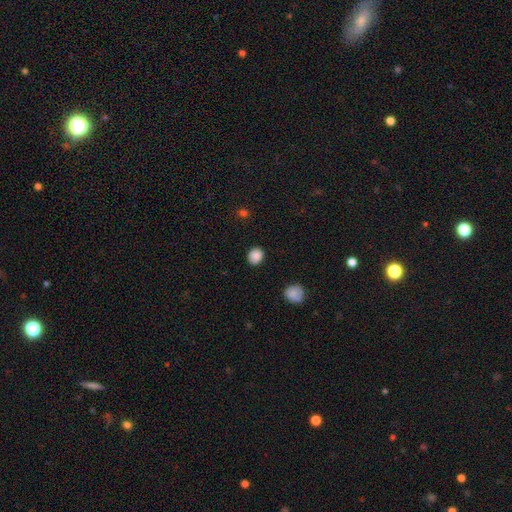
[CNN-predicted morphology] smooth-or-featured: smooth: 87% | star or artifact: 9% | featured or disk: 4%
  how-rounded: round: 64% | in between: 35% | cigar-shaped: 1%
  merging: none: 87% | minor disturbance: 9% | major disturbance: 2% | merger: 1%